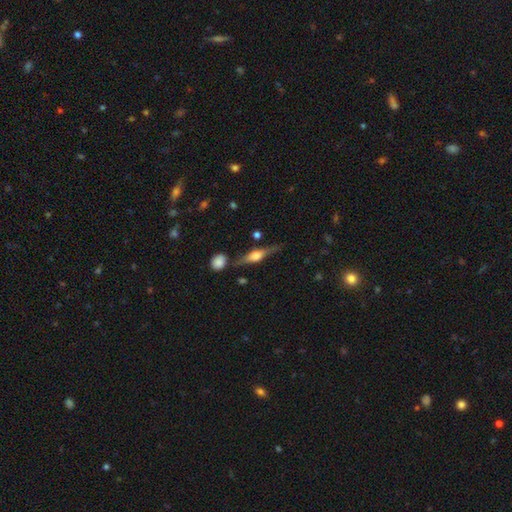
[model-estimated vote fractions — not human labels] Smooth or featured: featured or disk — 71% (smooth — 22%)
Edge-on disk: yes — 96% (no — 4%)
Edge-on bulge: rounded — 87% (boxy — 11%)
Merging: none — 78% (minor disturbance — 13%)